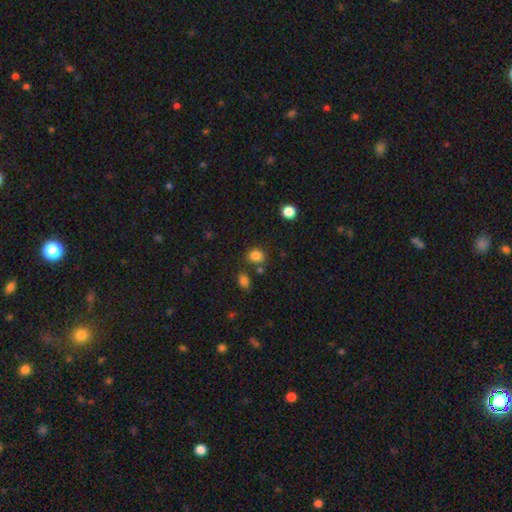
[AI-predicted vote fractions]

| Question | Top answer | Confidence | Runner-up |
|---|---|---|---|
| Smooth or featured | smooth | 83% | star or artifact (12%) |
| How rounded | round | 59% | in between (40%) |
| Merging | none | 71% | minor disturbance (14%) |